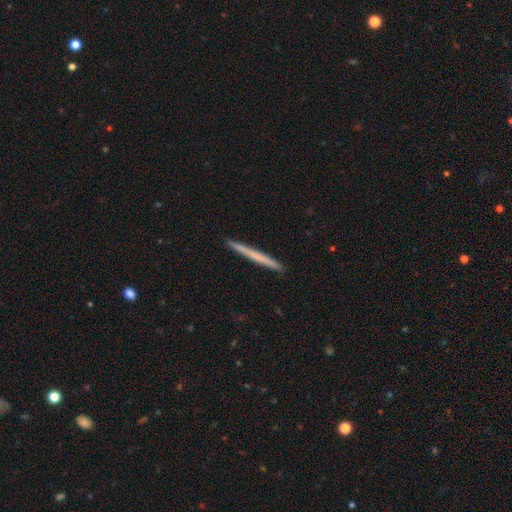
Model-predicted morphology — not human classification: Smooth or featured? smooth (57%)
How rounded? cigar-shaped (97%)
Merging? none (93%)